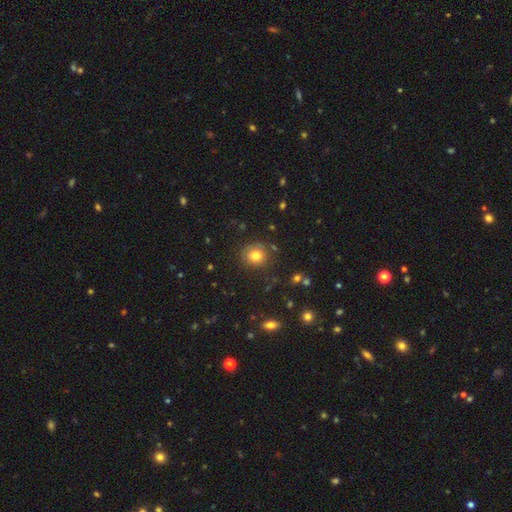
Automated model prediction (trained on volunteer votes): This is likely a smooth galaxy (74%). How rounded: clearly round (83%). Merging: likely none (77%).